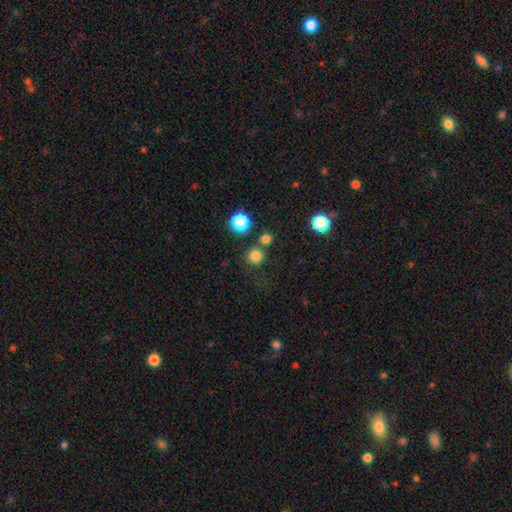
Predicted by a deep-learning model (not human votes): smooth 79%, star or artifact 16%, featured or disk 5%. Down the decision tree: how rounded — round (93%); merging — none (72%).